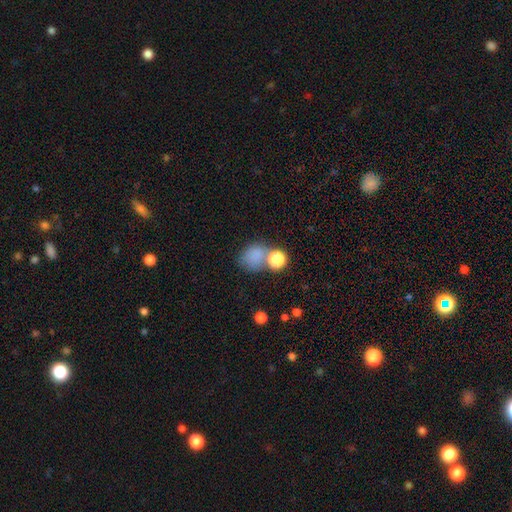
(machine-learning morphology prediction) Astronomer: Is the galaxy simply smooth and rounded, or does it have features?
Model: smooth — 78%.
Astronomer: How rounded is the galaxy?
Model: round — 65%.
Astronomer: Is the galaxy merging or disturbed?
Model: none — 51% (runner-up: merger, 27%).